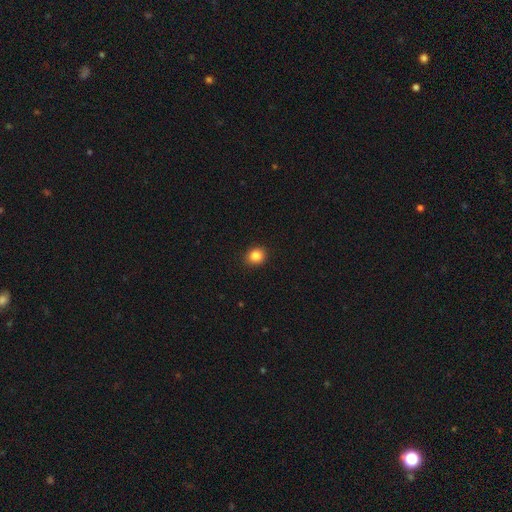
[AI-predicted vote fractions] Smooth or featured? smooth (86%)
How rounded? round (74%)
Merging? none (90%)